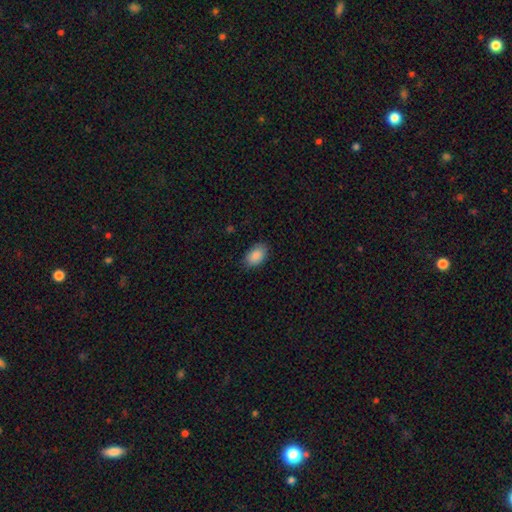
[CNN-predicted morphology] Smooth or featured? Predicted: smooth (p=0.89). How rounded? Predicted: in between (p=0.90). Merging? Predicted: none (p=0.84).